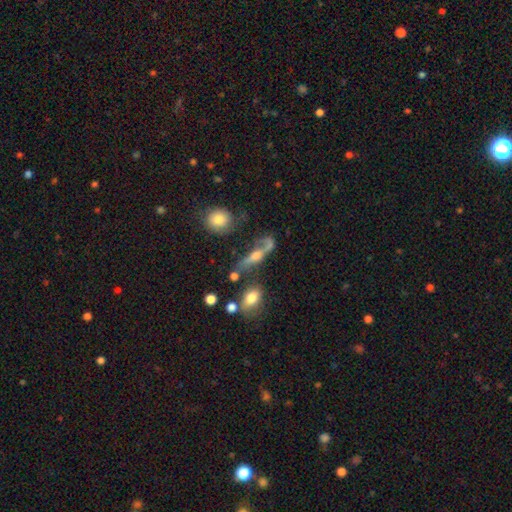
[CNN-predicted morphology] smooth-or-featured: featured or disk: 55% | smooth: 32% | star or artifact: 13%
  disk-edge-on: no: 60% | yes: 40%
  merging: none: 37% | major disturbance: 26% | merger: 19% | minor disturbance: 19%